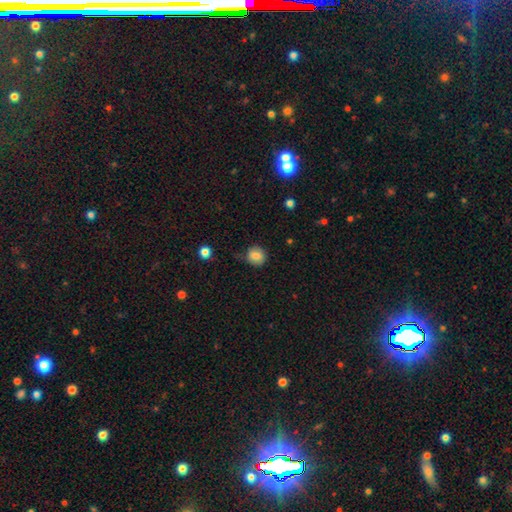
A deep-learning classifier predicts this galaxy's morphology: A smooth galaxy with no disk features (82%) that is round (87%).

Vote fractions:
- Smooth or featured? smooth: 82% / star or artifact: 10% / featured or disk: 8%
- How rounded? round: 87% / in between: 12% / cigar-shaped: 1%
- Merging? none: 76% / minor disturbance: 18% / major disturbance: 4% / merger: 2%